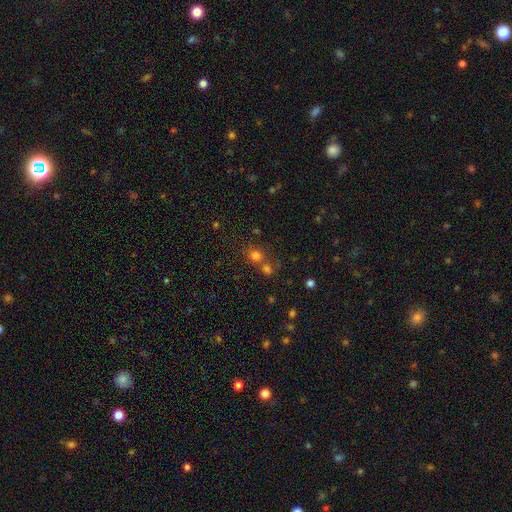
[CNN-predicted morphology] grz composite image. It shows a smooth galaxy with no disk features (73%) that is round (75%). Merging: none (52%).